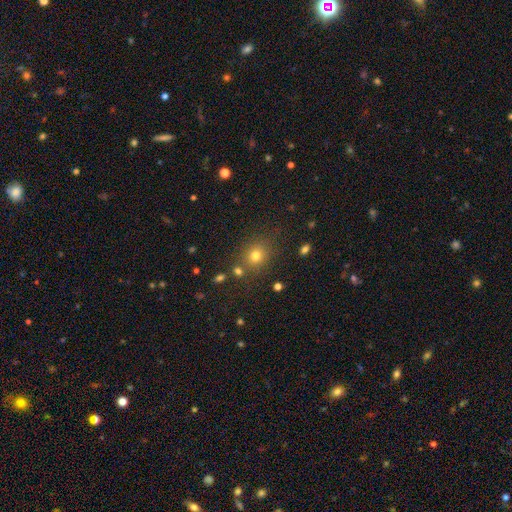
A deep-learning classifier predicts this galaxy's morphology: smooth 73%, star or artifact 19%, featured or disk 9%. Down the decision tree: how rounded — round (76%); merging — none (78%).